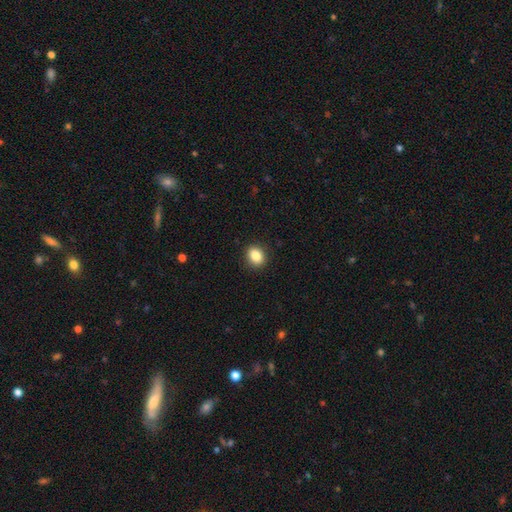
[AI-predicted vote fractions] Q: Smooth or featured?
A: smooth (86%); runner-up: star or artifact (9%)
Q: How rounded?
A: in between (52%); runner-up: round (47%)
Q: Merging?
A: none (90%); runner-up: minor disturbance (7%)